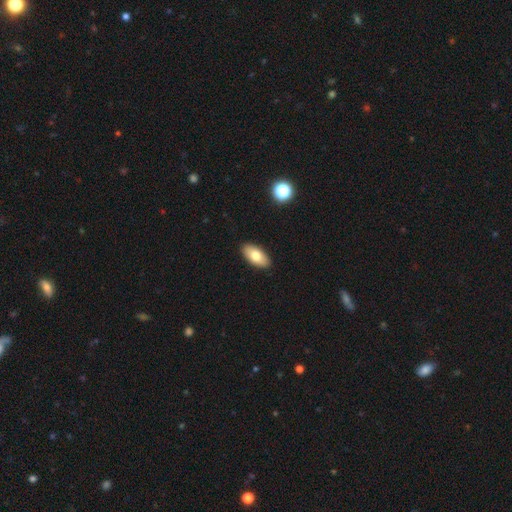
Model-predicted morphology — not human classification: This is likely a smooth galaxy (76%). How rounded: clearly in between (92%). Merging: clearly none (90%).